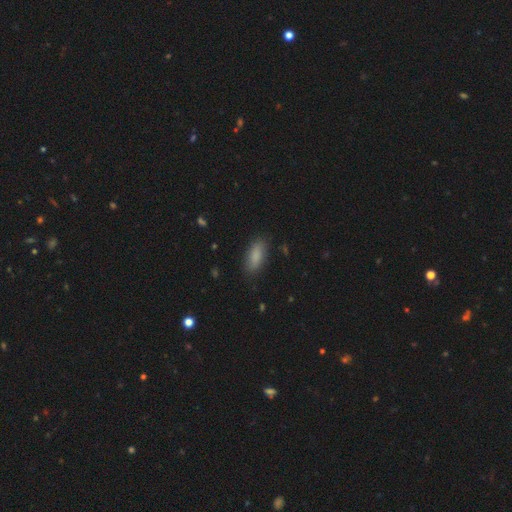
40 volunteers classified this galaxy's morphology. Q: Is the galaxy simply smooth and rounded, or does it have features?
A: smooth — 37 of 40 (92%).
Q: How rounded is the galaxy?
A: in between — 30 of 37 (81%).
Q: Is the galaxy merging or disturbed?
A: none — 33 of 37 (89%).